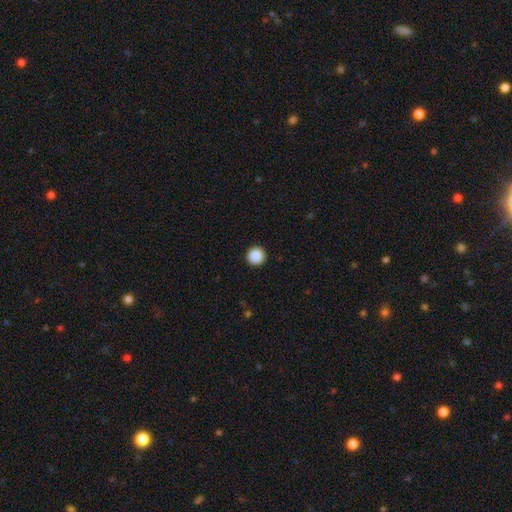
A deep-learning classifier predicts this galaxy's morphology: Overall: smooth (89%). How rounded: round (96%). Merging: none (94%).